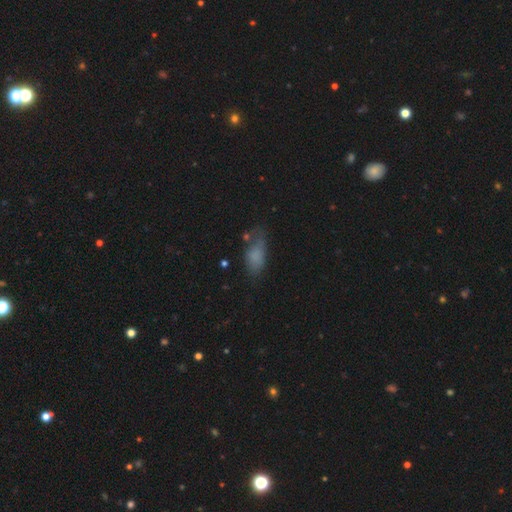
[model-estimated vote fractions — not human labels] Smooth or featured: smooth — 76% (featured or disk — 13%)
How rounded: in between — 86% (cigar-shaped — 10%)
Merging: none — 47% (minor disturbance — 31%)